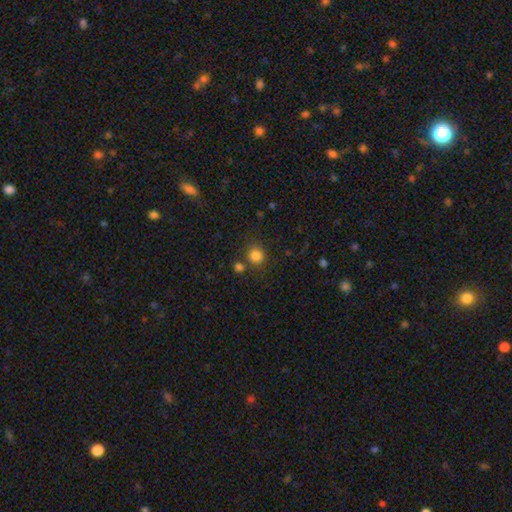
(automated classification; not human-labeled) smooth 82%, star or artifact 13%, featured or disk 5%. Down the decision tree: how rounded — round (89%); merging — none (77%).